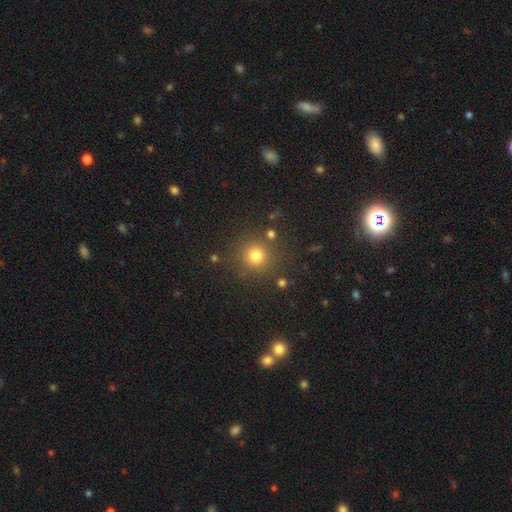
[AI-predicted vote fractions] Q: Smooth or featured?
A: smooth (78%); runner-up: star or artifact (16%)
Q: How rounded?
A: round (93%); runner-up: in between (6%)
Q: Merging?
A: none (84%); runner-up: minor disturbance (8%)